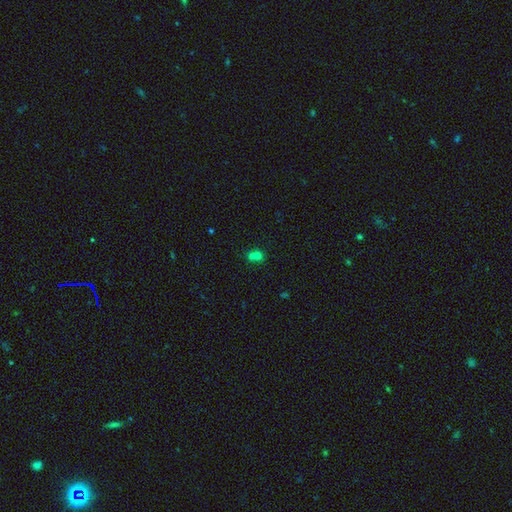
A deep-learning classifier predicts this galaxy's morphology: smooth 63%, star or artifact 21%, featured or disk 16%. Down the decision tree: how rounded — round (75%); merging — merger (60%).